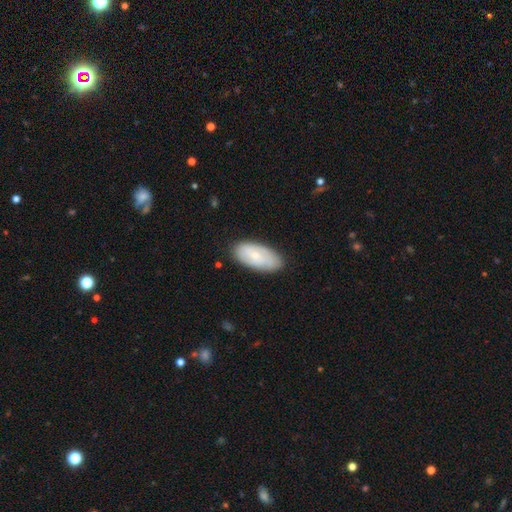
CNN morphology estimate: smooth_or_featured: smooth (p=0.59) [alt: featured or disk p=0.35]
how_rounded: in between (p=0.92) [alt: cigar-shaped p=0.05]
merging: none (p=0.80) [alt: minor disturbance p=0.16]